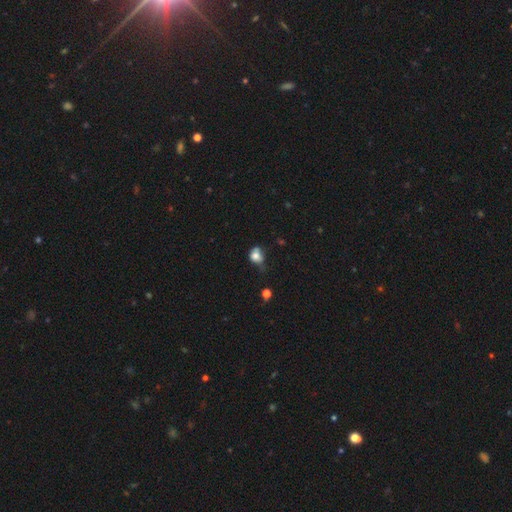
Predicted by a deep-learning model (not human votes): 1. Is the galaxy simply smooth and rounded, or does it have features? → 74% smooth, 14% featured or disk, 12% star or artifact.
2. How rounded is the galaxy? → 54% round, 44% in between, 1% cigar-shaped.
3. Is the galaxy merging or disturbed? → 38% minor disturbance, 31% none, 23% major disturbance, 9% merger.